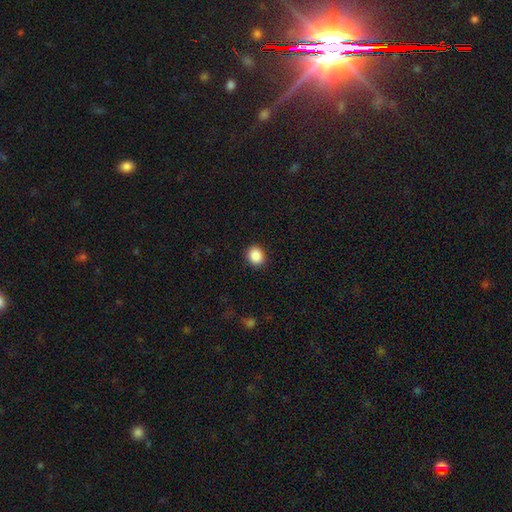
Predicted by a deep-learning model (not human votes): This is clearly a smooth galaxy (88%). How rounded: likely round (68%). Merging: clearly none (89%).